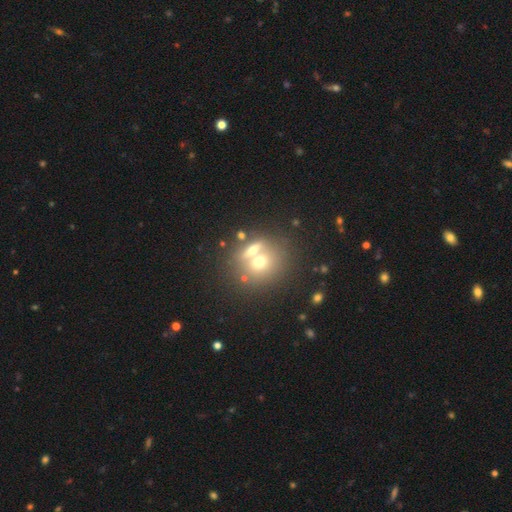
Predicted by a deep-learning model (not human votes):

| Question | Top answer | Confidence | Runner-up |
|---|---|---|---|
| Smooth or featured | smooth | 58% | featured or disk (26%) |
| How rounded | round | 75% | in between (22%) |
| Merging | none | 44% | merger (42%) |